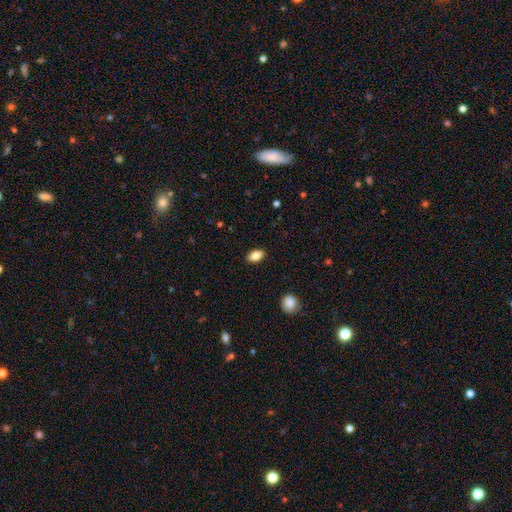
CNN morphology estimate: smooth_or_featured: smooth (p=0.86) [alt: star or artifact p=0.08]
how_rounded: in between (p=0.89) [alt: round p=0.09]
merging: none (p=0.89) [alt: minor disturbance p=0.08]